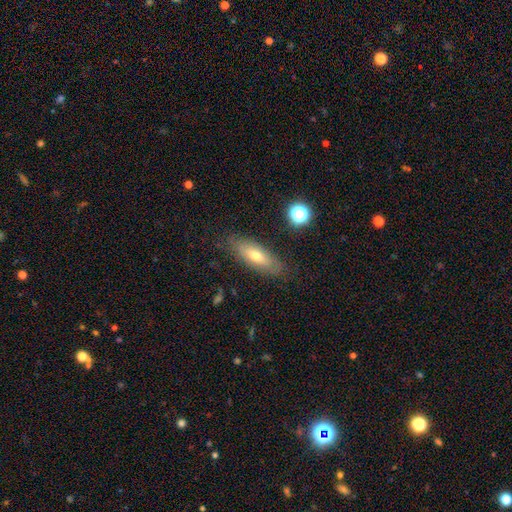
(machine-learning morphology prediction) A smooth galaxy with no disk features (60%) that is in between round and cigar-shaped (65%).

Vote fractions:
- Smooth or featured? smooth: 60% / featured or disk: 32% / star or artifact: 8%
- How rounded? in between: 65% / cigar-shaped: 32% / round: 3%
- Merging? none: 80% / minor disturbance: 14% / major disturbance: 4% / merger: 2%